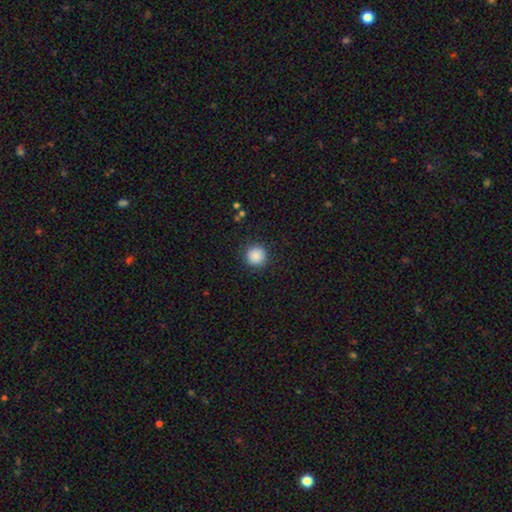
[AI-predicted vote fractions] This is clearly a smooth galaxy (88%). How rounded: clearly round (94%). Merging: clearly none (90%).